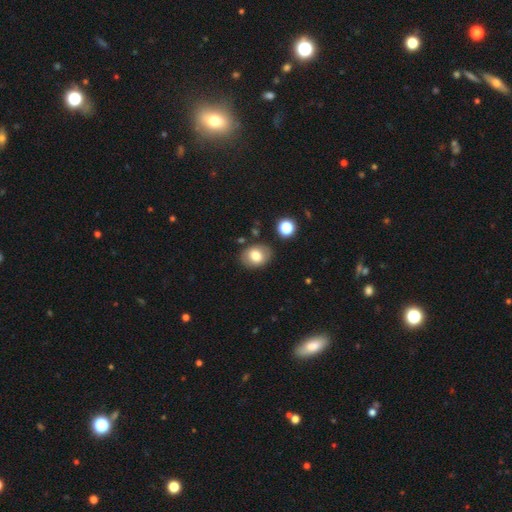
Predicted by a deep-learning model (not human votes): The model was most divided on "how rounded": in between: 62%, round: 37%, cigar-shaped: 1%. More confident: merging — none (81%); smooth or featured — smooth (75%).